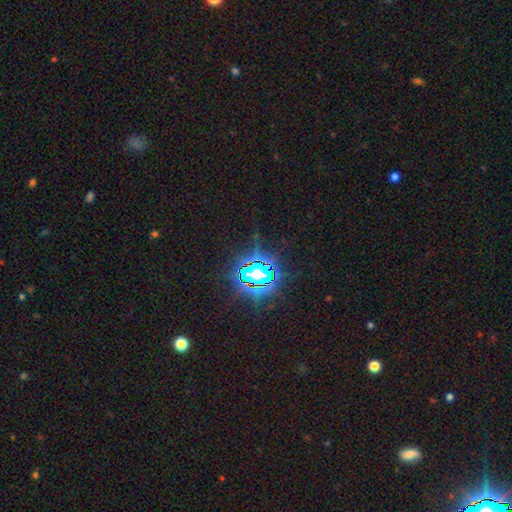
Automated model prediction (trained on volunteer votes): Morphology: type=star or artifact (82%).